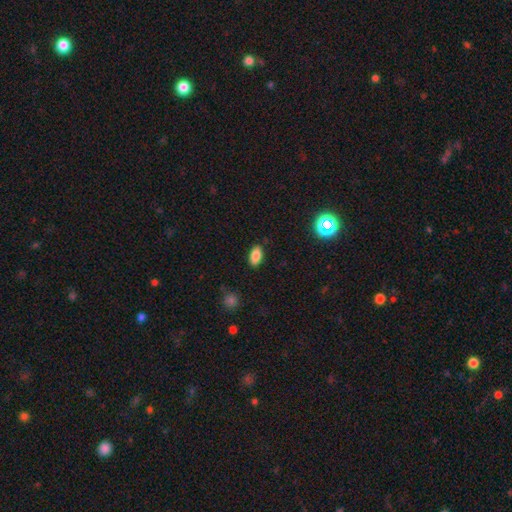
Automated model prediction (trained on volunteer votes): A smooth galaxy with no disk features (84%) that is in between round and cigar-shaped (90%).

Vote fractions:
- Smooth or featured? smooth: 84% / star or artifact: 10% / featured or disk: 6%
- How rounded? in between: 90% / cigar-shaped: 6% / round: 4%
- Merging? none: 88% / minor disturbance: 9% / major disturbance: 2% / merger: 1%